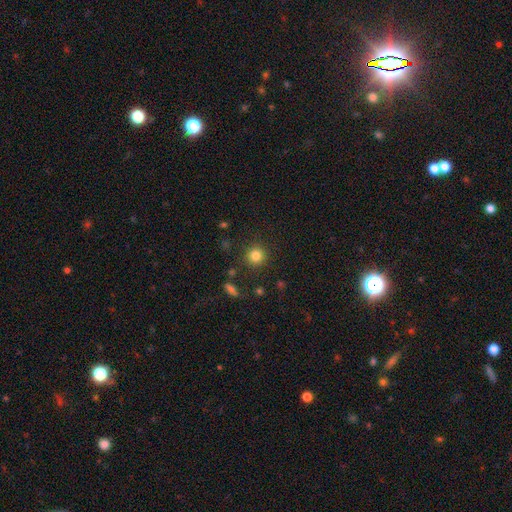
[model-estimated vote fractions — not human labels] smooth 83%, star or artifact 12%, featured or disk 5%. Down the decision tree: how rounded — round (93%); merging — none (89%).